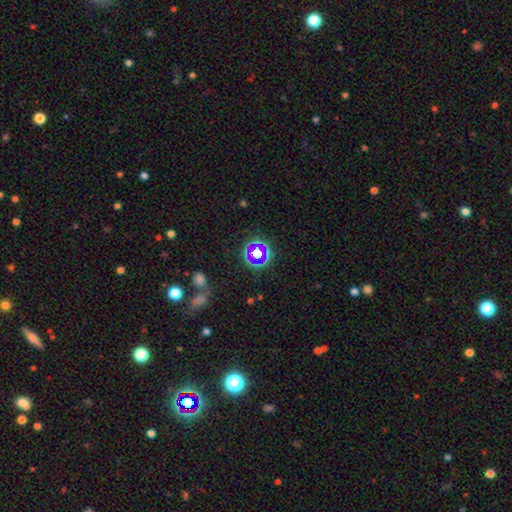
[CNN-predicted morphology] Smooth or featured? Predicted: star or artifact (p=0.58).